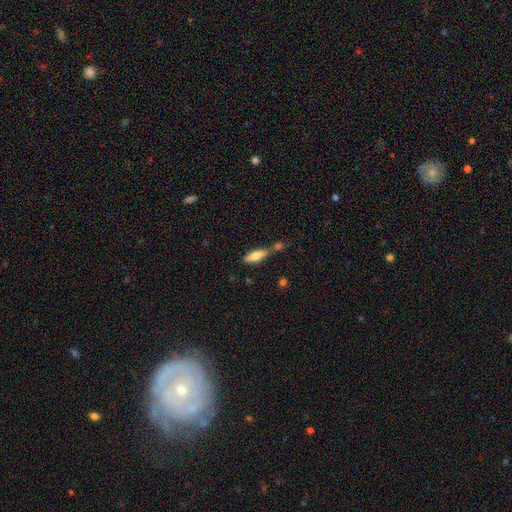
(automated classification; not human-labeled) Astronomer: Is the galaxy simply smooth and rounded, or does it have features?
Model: smooth — 73%.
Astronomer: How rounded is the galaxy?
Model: in between — 49%, tied with cigar-shaped at 49%.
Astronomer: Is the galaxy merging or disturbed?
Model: none — 53%.